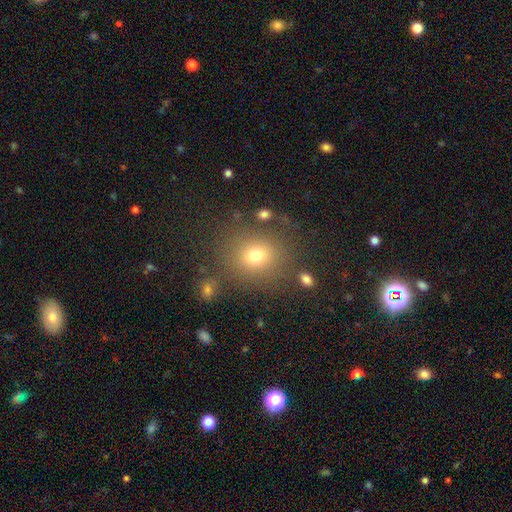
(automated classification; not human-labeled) This appears to be a smooth galaxy with no disk features (73%) that is round (73%). Merging: none (77%).